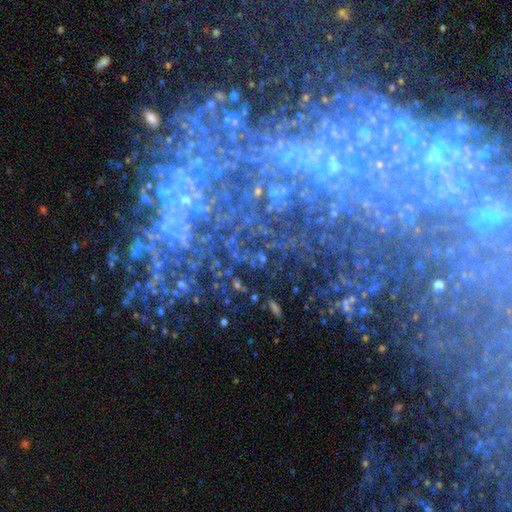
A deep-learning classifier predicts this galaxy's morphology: Smooth or featured? star or artifact (58%)